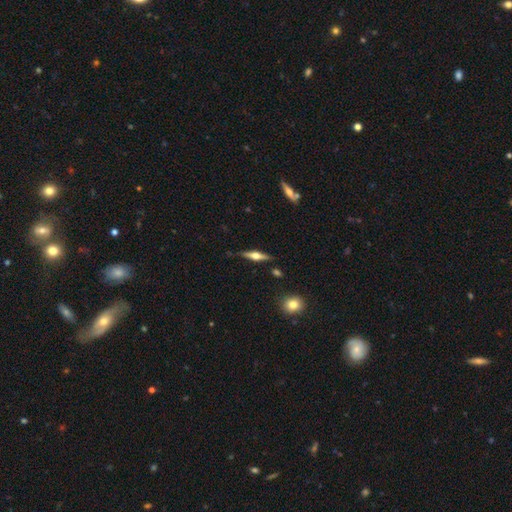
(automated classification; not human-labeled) A featured or disk galaxy (70%) viewed edge-on (97%) with a rounded central bulge (91%).

Vote fractions:
- Smooth or featured? featured or disk: 70% / smooth: 24% / star or artifact: 6%
- Edge-on disk? yes: 97% / no: 3%
- Edge-on bulge? rounded: 91% / boxy: 7% / none: 2%
- Merging? none: 84% / minor disturbance: 11% / major disturbance: 3% / merger: 2%